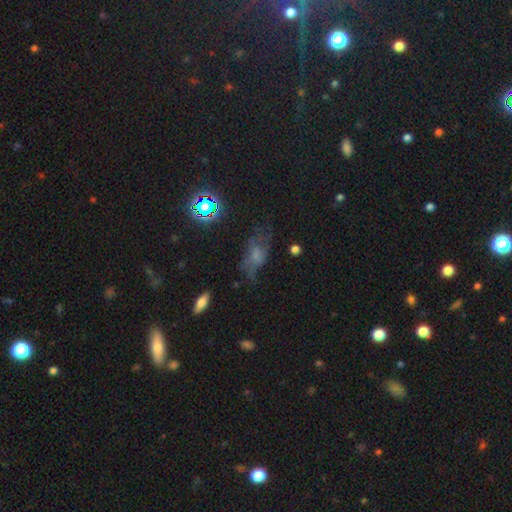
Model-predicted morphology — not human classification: Smooth or featured: smooth — 47% (featured or disk — 34%)
Merging: none — 43% (major disturbance — 29%)